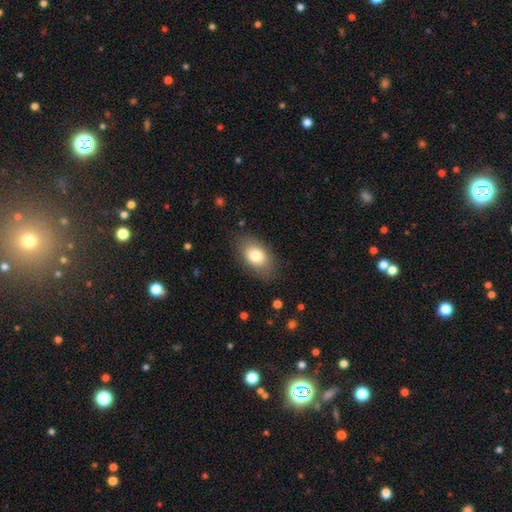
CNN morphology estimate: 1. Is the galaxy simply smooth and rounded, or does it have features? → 78% smooth, 15% featured or disk, 7% star or artifact.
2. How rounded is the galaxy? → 89% in between, 10% round, 2% cigar-shaped.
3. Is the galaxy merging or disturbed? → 81% none, 14% minor disturbance, 4% major disturbance, 1% merger.